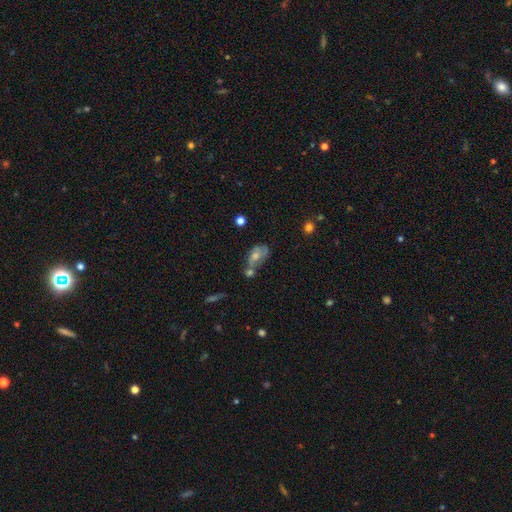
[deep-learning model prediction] featured or disk 44%, smooth 42%, star or artifact 14%. Down the decision tree: merging — none (33%, tied with merger).